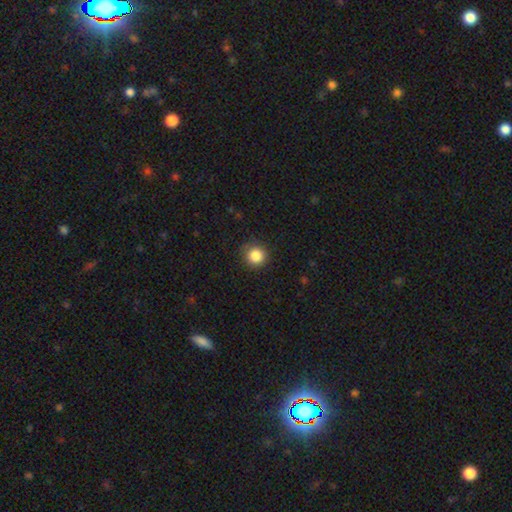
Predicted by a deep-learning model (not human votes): The model was most divided on "merging": none: 86%, minor disturbance: 10%, major disturbance: 3%, merger: 1%. More confident: how rounded — round (93%); smooth or featured — smooth (86%).